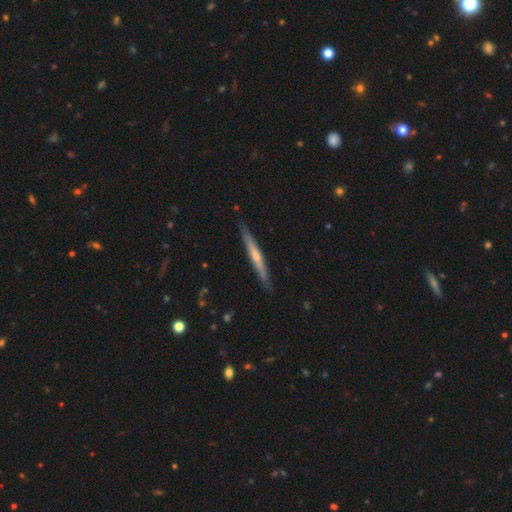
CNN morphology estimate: smooth_or_featured: featured or disk (p=0.68) [alt: smooth p=0.25]
disk_edge_on: yes (p=0.97) [alt: no p=0.03]
edge_on_bulge: rounded (p=0.74) [alt: none p=0.21]
merging: none (p=0.88) [alt: minor disturbance p=0.09]